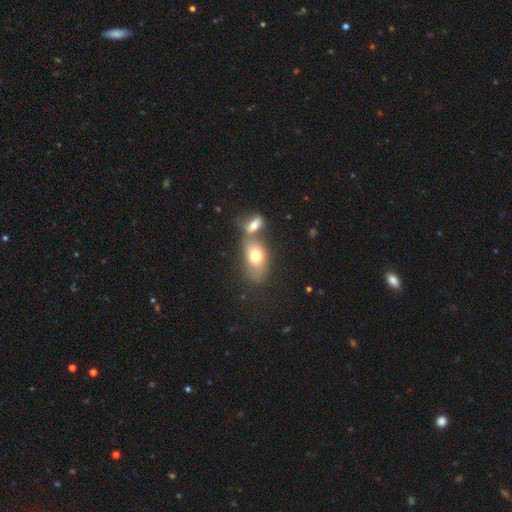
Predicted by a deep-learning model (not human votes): smooth 69%, featured or disk 22%, star or artifact 9%. Down the decision tree: how rounded — in between (82%); merging — merger (52%).